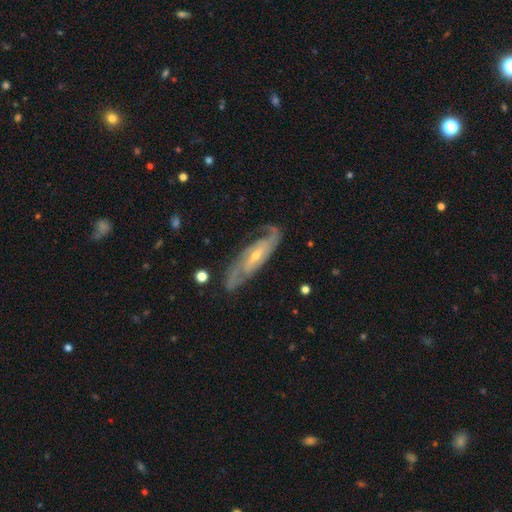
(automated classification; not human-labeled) featured or disk 85%, smooth 9%, star or artifact 5%. Down the decision tree: edge-on disk — no (83%); bar — no (45%); spiral arms — yes (95%); spiral arm count — 2 (71%); spiral winding — tight (46%); bulge size — small (64%); merging — none (77%).